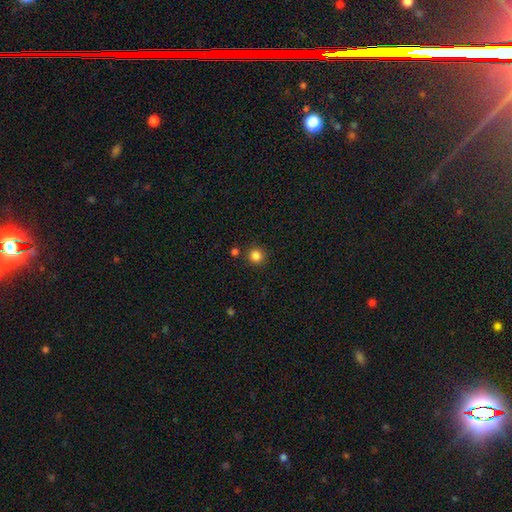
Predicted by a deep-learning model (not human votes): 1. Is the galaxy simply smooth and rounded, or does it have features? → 84% smooth, 12% star or artifact, 4% featured or disk.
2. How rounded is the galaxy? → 94% round, 5% in between, 1% cigar-shaped.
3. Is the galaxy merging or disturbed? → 86% none, 7% minor disturbance, 5% merger, 2% major disturbance.